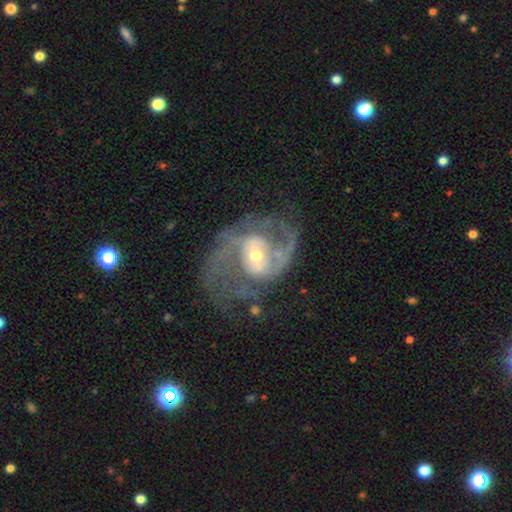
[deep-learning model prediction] This is clearly a featured or disk galaxy (86%). It is clearly not viewed edge-on (97%). Bar: possibly no (47%). Spiral arm pattern: clearly yes (92%). Spiral arm count: likely 2 (74%). Spiral winding: possibly medium (51%). Central bulge: possibly moderate (52%). Merging: possibly none (50%).